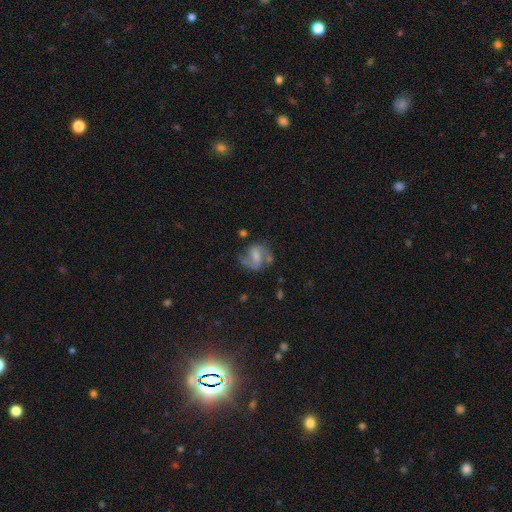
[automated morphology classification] Smooth or featured? Predicted: featured or disk (p=0.67). Edge-on disk? Predicted: no (p=0.97). Bar? Predicted: weak (p=0.48). Spiral arms? Predicted: yes (p=0.87). Spiral winding? Predicted: medium (p=0.47). Spiral arm count? Predicted: 2 (p=0.80). Bulge size? Predicted: small (p=0.38). Merging? Predicted: none (p=0.55).